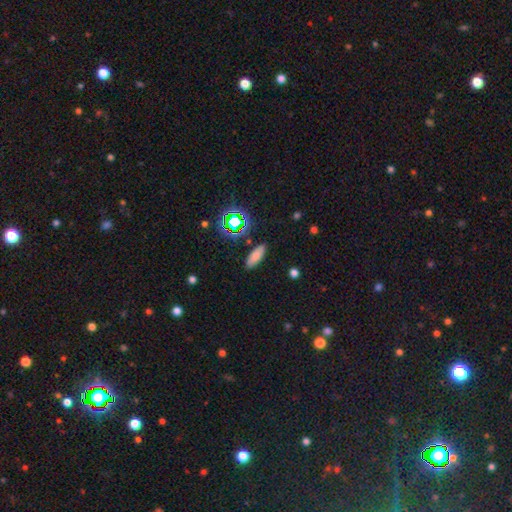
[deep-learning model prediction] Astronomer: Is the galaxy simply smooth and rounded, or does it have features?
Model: smooth — 76%.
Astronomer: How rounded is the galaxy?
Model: in between — 67%.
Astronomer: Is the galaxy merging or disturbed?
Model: none — 87%.